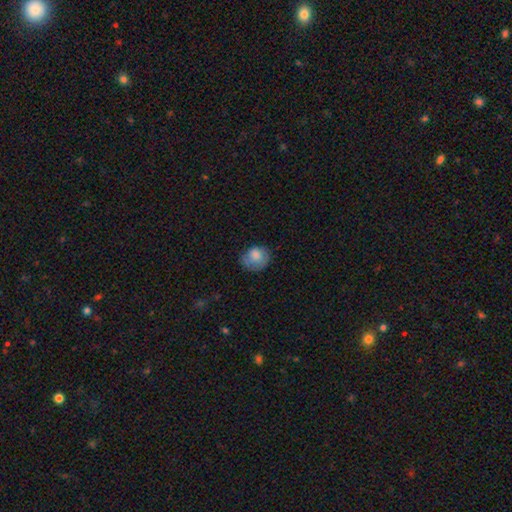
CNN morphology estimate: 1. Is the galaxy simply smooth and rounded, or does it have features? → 79% smooth, 14% featured or disk, 8% star or artifact.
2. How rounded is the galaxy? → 72% round, 27% in between, 1% cigar-shaped.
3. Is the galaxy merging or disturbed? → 58% none, 29% minor disturbance, 11% major disturbance, 2% merger.